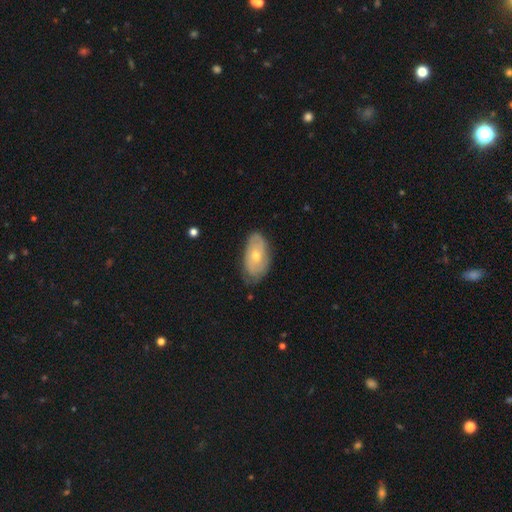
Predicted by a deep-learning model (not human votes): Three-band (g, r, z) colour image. It shows a featured or disk galaxy (54%). Merging: none (73%).